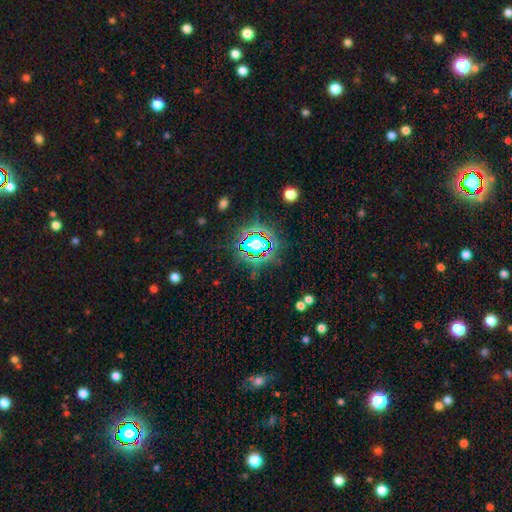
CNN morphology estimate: Smooth or featured? star or artifact (71%)